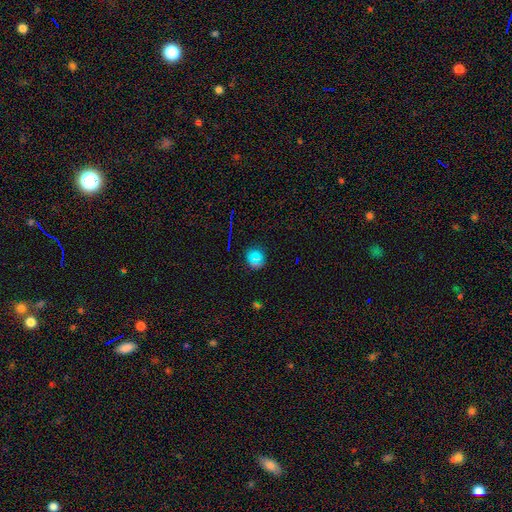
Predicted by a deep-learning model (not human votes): Q: Smooth or featured?
A: smooth (56%); runner-up: star or artifact (34%)
Q: How rounded?
A: round (89%); runner-up: in between (9%)
Q: Merging?
A: none (88%); runner-up: minor disturbance (8%)